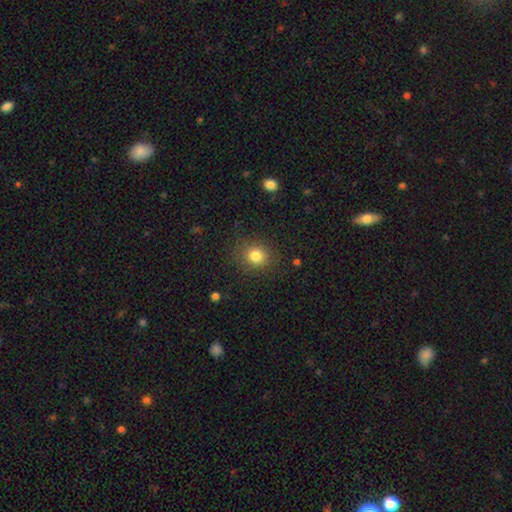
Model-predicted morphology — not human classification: Overall: smooth (83%). How rounded: round (77%). Merging: none (84%).